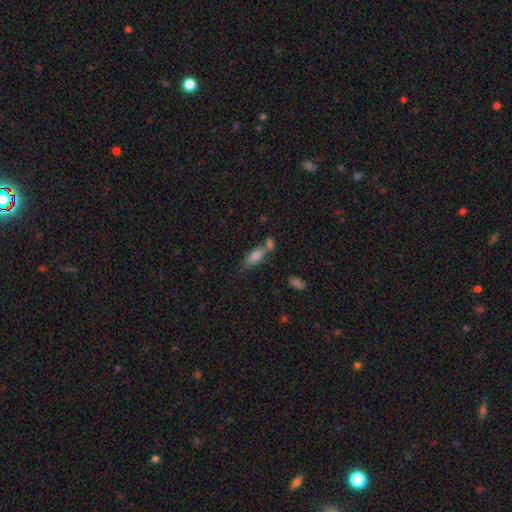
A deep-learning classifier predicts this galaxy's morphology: The model was most divided on "merging": none: 40%, merger: 37%, minor disturbance: 16%, major disturbance: 7%. More confident: smooth or featured — smooth (79%); how rounded — in between (78%).